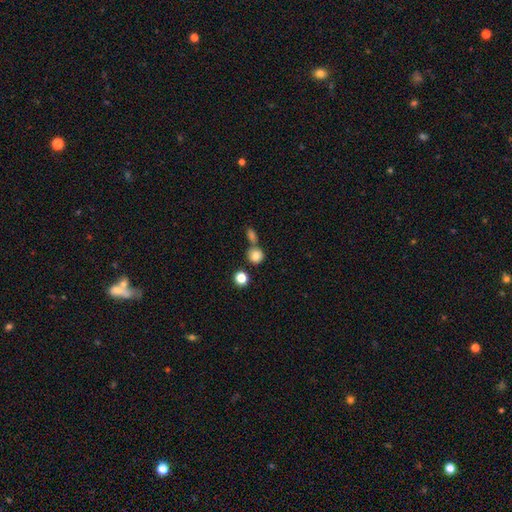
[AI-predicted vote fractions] Smooth or featured: smooth — 82% (star or artifact — 11%)
How rounded: round — 84% (in between — 15%)
Merging: none — 57% (merger — 29%)